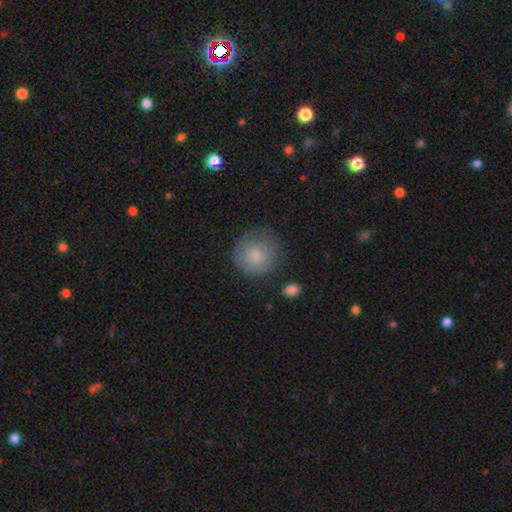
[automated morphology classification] smooth-or-featured: smooth: 79% | featured or disk: 14% | star or artifact: 8%
  how-rounded: round: 90% | in between: 9% | cigar-shaped: 1%
  merging: none: 70% | minor disturbance: 20% | major disturbance: 8% | merger: 2%